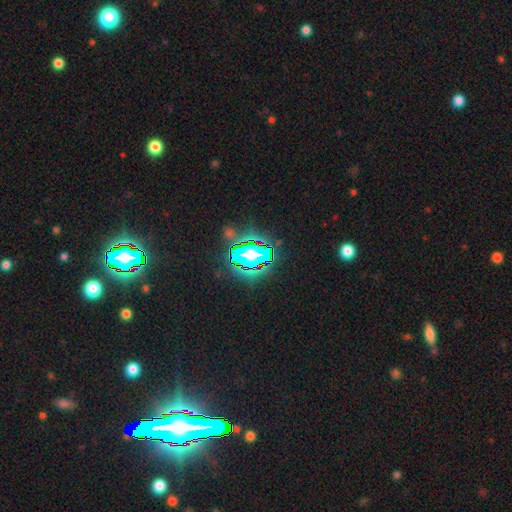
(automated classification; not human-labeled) A star or artifact, not a galaxy (59%).

Vote fractions:
- Smooth or featured? star or artifact: 59% / smooth: 23% / featured or disk: 18%